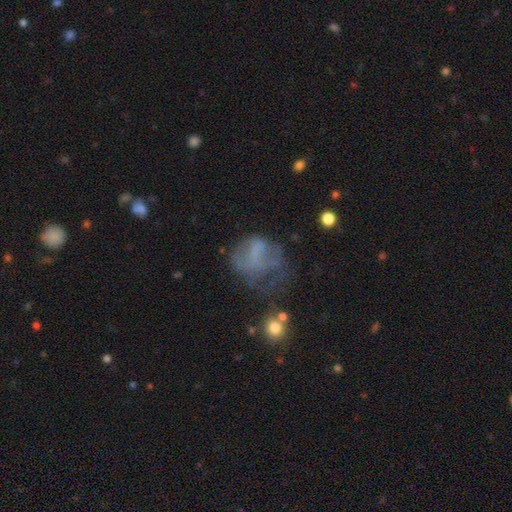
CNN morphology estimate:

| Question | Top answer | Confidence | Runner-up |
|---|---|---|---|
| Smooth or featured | smooth | 42% | featured or disk (40%) |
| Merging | major disturbance | 38% | none (34%) |